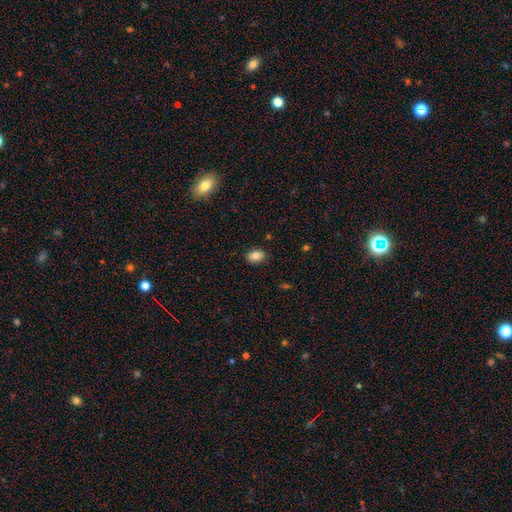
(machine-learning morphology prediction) This is clearly a smooth galaxy (85%). How rounded: clearly in between (82%). Merging: clearly none (87%).